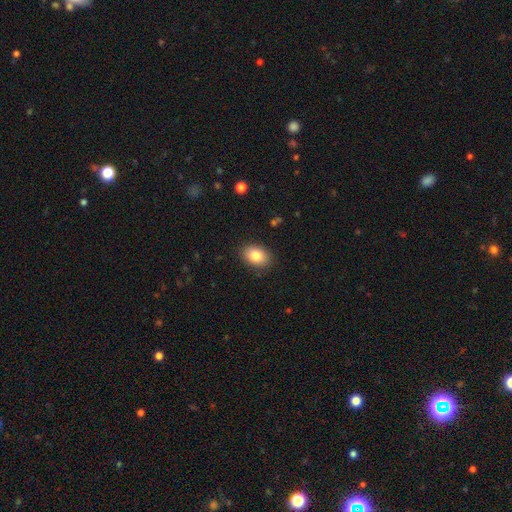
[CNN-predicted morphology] type=smooth (84%); roundness=in between (81%); merging=none (88%).